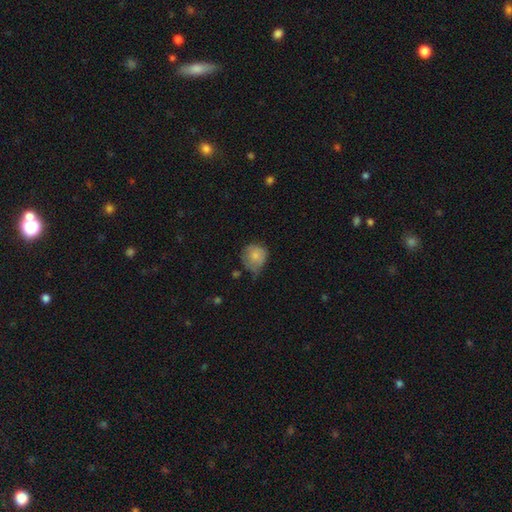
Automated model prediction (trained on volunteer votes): smooth-or-featured: smooth: 78% | featured or disk: 14% | star or artifact: 8%
  how-rounded: round: 80% | in between: 19% | cigar-shaped: 1%
  merging: minor disturbance: 41% | none: 40% | major disturbance: 15% | merger: 4%